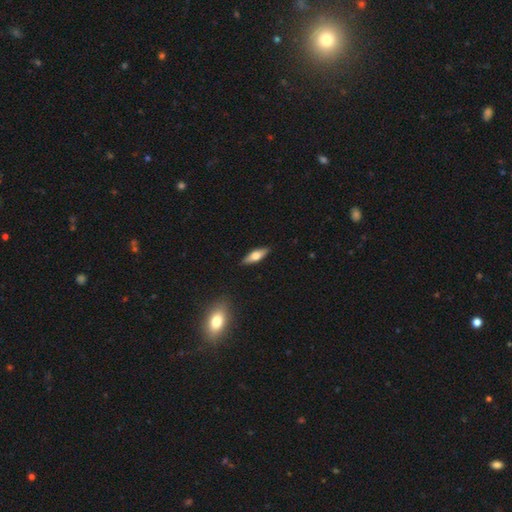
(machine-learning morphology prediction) type=smooth (55%); roundness=in between (50%); merging=none (89%).